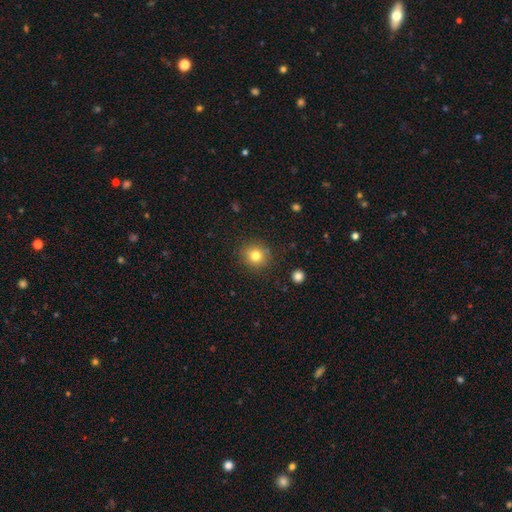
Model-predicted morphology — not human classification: smooth 80%, star or artifact 12%, featured or disk 8%. Down the decision tree: how rounded — round (89%); merging — none (88%).